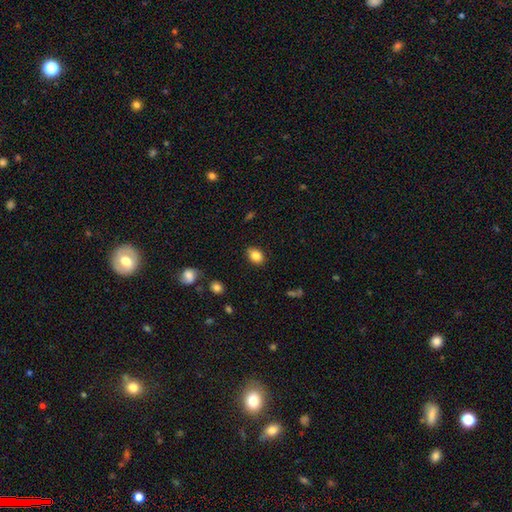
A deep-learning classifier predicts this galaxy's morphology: This is clearly a smooth galaxy (85%). How rounded: likely in between (73%). Merging: clearly none (85%).